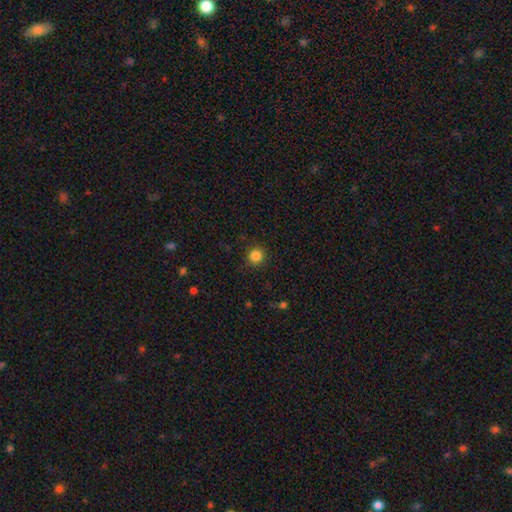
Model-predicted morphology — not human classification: A smooth galaxy with no disk features (84%) that is round (93%). Merging: none (90%).